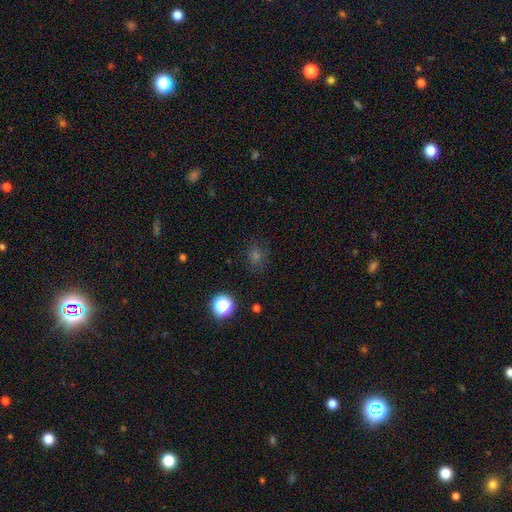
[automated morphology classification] type=smooth (55%); roundness=round (78%); merging=none (82%).